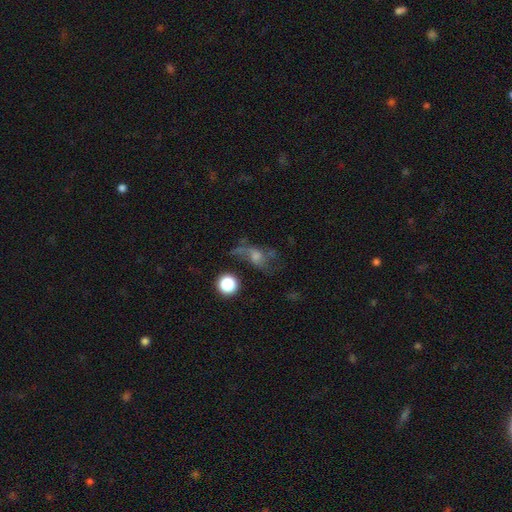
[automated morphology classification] Smooth or featured: featured or disk — 46% (smooth — 31%)
Merging: none — 40% (major disturbance — 33%)